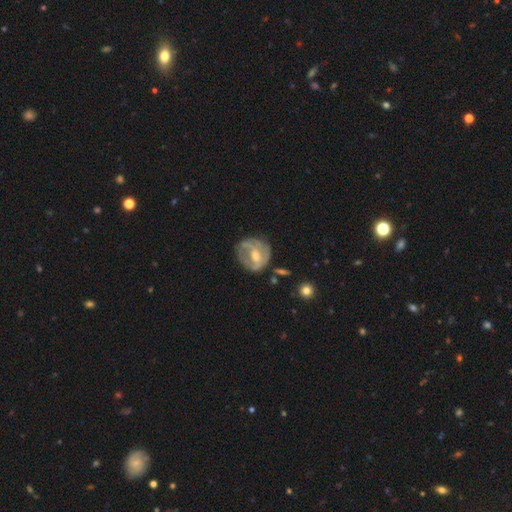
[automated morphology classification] This is likely a featured or disk galaxy (65%). It is clearly not viewed edge-on (97%). Bar: possibly no (47%). Spiral arm pattern: likely yes (60%). Central bulge: possibly moderate (57%). Merging: possibly none (57%).